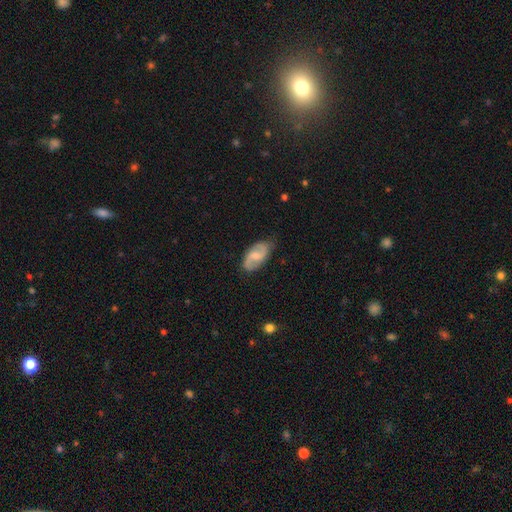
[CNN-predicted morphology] Smooth or featured? featured or disk (73%)
Edge-on disk? no (96%)
Bar? weak (54%)
Spiral arms? yes (93%)
Spiral winding? medium (48%)
Spiral arm count? 2 (89%)
Bulge size? moderate (43%)
Merging? none (78%)